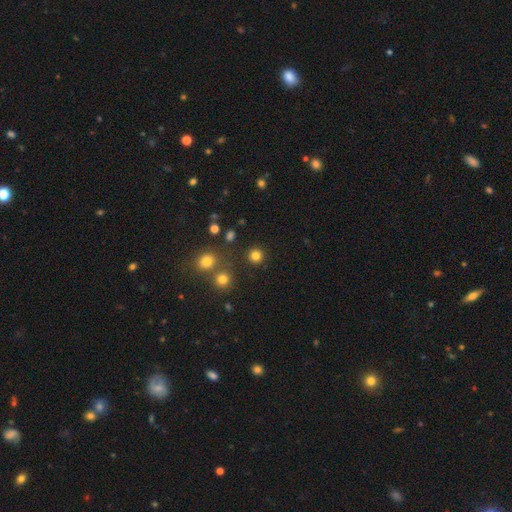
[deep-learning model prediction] Smooth or featured?
  - smooth: 81% *
  - star or artifact: 15%
  - featured or disk: 5%
How rounded?
  - round: 94% *
  - in between: 5%
  - cigar-shaped: 1%
Merging?
  - none: 87% *
  - minor disturbance: 6%
  - merger: 5%
  - major disturbance: 2%